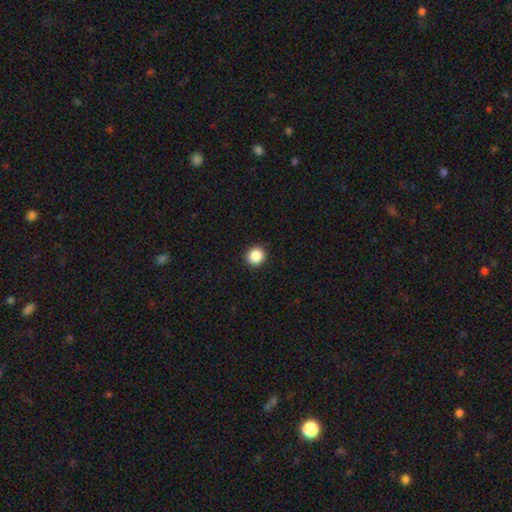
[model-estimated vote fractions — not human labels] This appears to be a smooth galaxy with no disk features (88%) that is round (89%). Merging: none (92%).